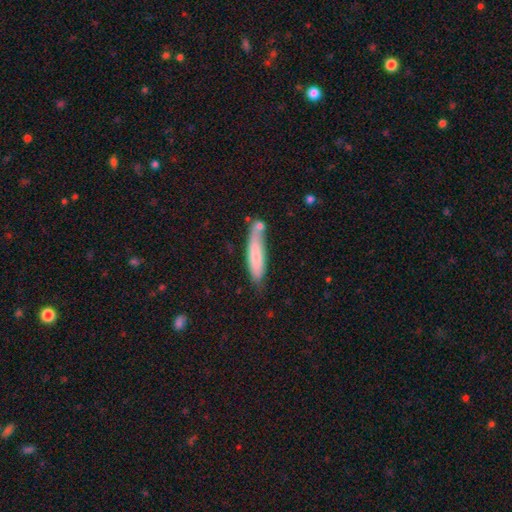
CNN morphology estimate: Q: Smooth or featured?
A: smooth (76%); runner-up: featured or disk (18%)
Q: How rounded?
A: cigar-shaped (79%); runner-up: in between (19%)
Q: Merging?
A: none (58%); runner-up: minor disturbance (23%)